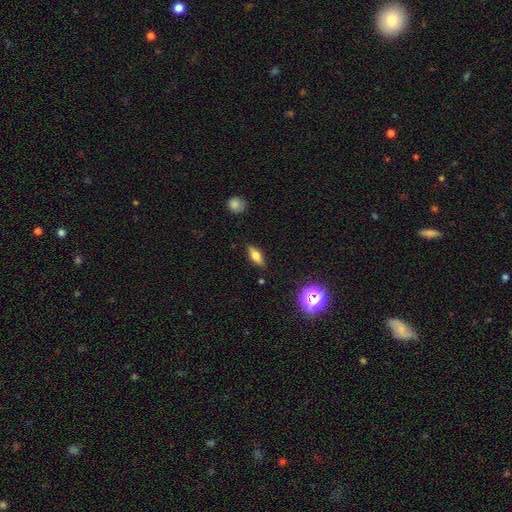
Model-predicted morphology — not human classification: smooth 60%, featured or disk 29%, star or artifact 11%. Down the decision tree: how rounded — in between (72%); merging — none (85%).